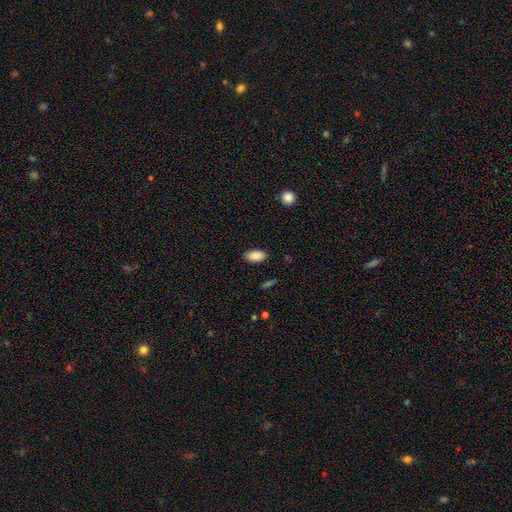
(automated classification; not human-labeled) Morphology: type=smooth (88%); roundness=in between (93%); merging=none (88%).